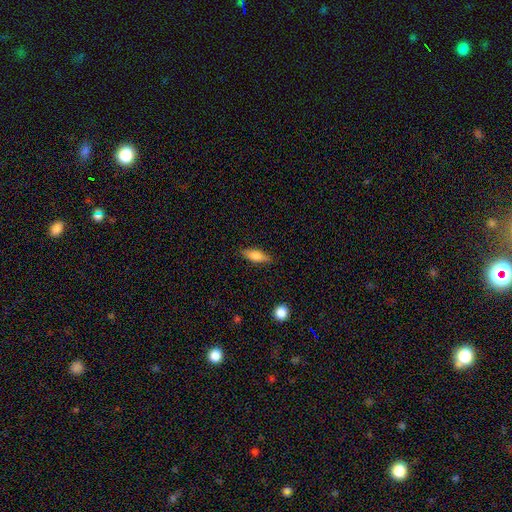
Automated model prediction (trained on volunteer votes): Smooth or featured? Predicted: smooth (p=0.73). How rounded? Predicted: in between (p=0.63). Merging? Predicted: none (p=0.84).